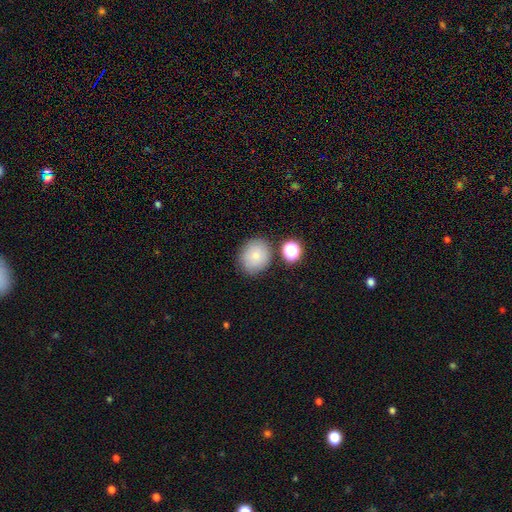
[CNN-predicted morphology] Smooth or featured: smooth — 80% (star or artifact — 10%)
How rounded: round — 62% (in between — 37%)
Merging: none — 77% (minor disturbance — 12%)